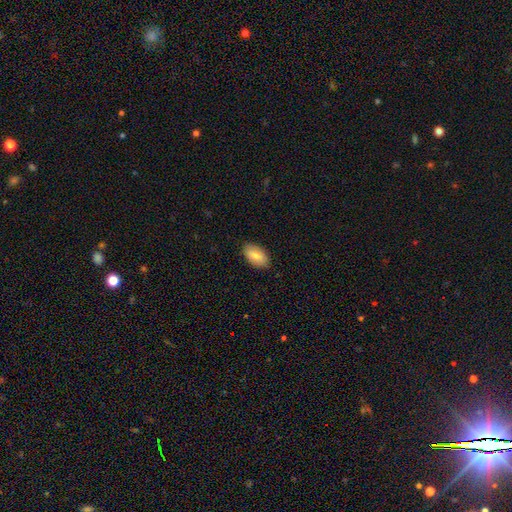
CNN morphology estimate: Smooth or featured? Predicted: smooth (p=0.84). How rounded? Predicted: in between (p=0.94). Merging? Predicted: none (p=0.86).